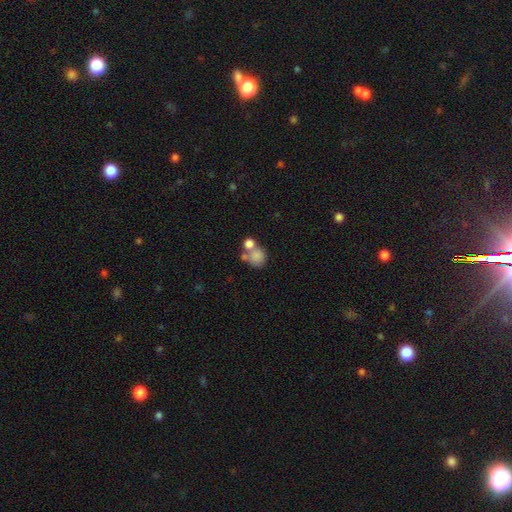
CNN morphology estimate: The model was most divided on "merging": merger: 47%, none: 35%, minor disturbance: 10%, major disturbance: 7%. More confident: how rounded — round (78%); smooth or featured — smooth (78%).